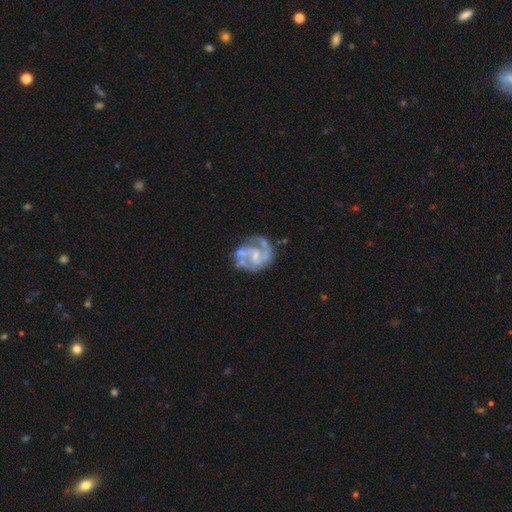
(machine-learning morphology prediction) Smooth or featured: featured or disk — 83% (smooth — 12%)
Edge-on disk: no — 98% (yes — 2%)
Bar: no — 47% (weak — 42%)
Spiral arms: yes — 84% (no — 16%)
Spiral winding: medium — 47% (tight — 33%)
Spiral arm count: 2 — 56% (can't tell — 17%)
Bulge size: small — 45% (moderate — 29%)
Merging: none — 52% (minor disturbance — 20%)